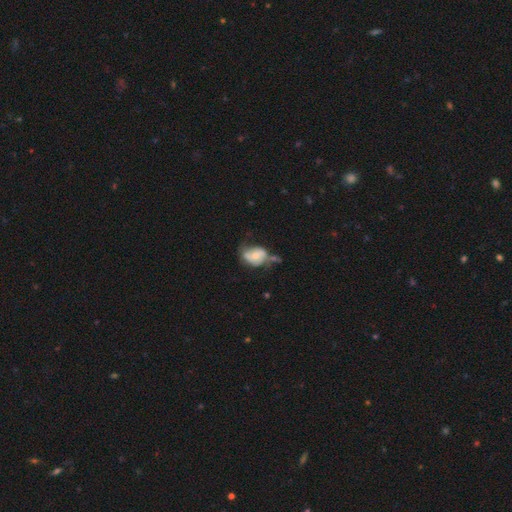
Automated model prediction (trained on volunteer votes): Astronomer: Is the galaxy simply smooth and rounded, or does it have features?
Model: featured or disk — 49% (runner-up: smooth, 43%).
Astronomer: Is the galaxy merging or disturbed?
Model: none — 34% (runner-up: minor disturbance, 30%).